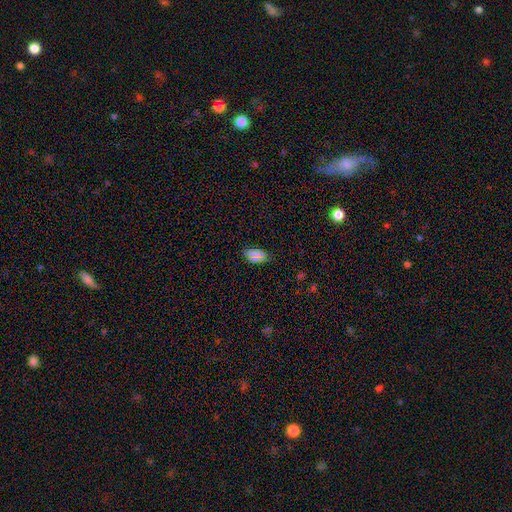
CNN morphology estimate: type=smooth (76%); roundness=in between (93%); merging=none (81%).